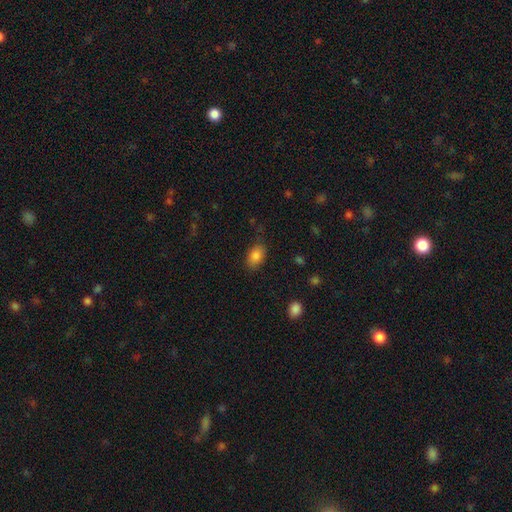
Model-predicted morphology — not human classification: This is clearly a smooth galaxy (85%). How rounded: clearly in between (87%). Merging: likely none (78%).